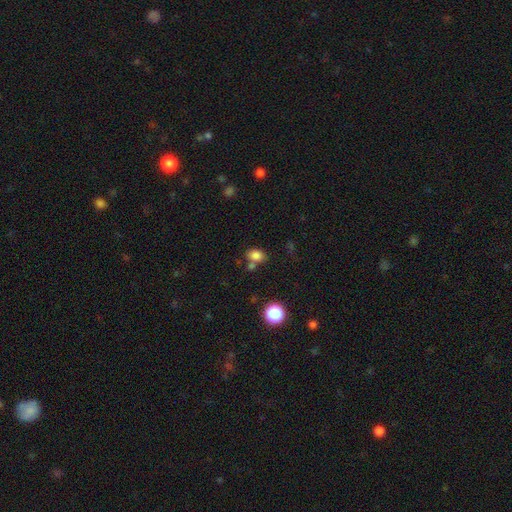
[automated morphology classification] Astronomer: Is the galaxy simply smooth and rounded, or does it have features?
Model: smooth — 81%.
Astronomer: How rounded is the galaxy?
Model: in between — 67%.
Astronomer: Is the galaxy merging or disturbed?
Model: none — 61%.